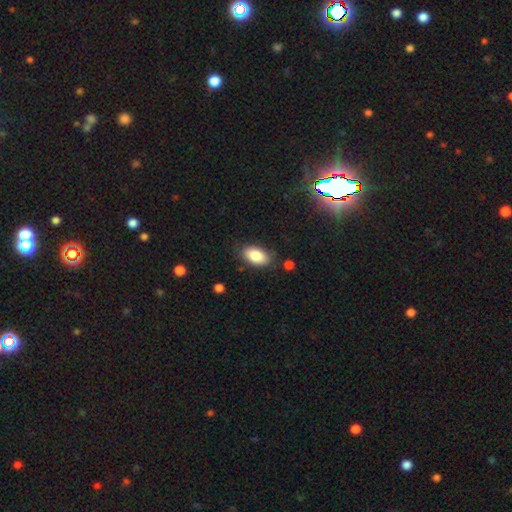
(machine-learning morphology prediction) Smooth or featured?
  - smooth: 85% *
  - featured or disk: 8%
  - star or artifact: 7%
How rounded?
  - in between: 93% *
  - round: 5%
  - cigar-shaped: 2%
Merging?
  - none: 82% *
  - minor disturbance: 13%
  - major disturbance: 3%
  - merger: 2%